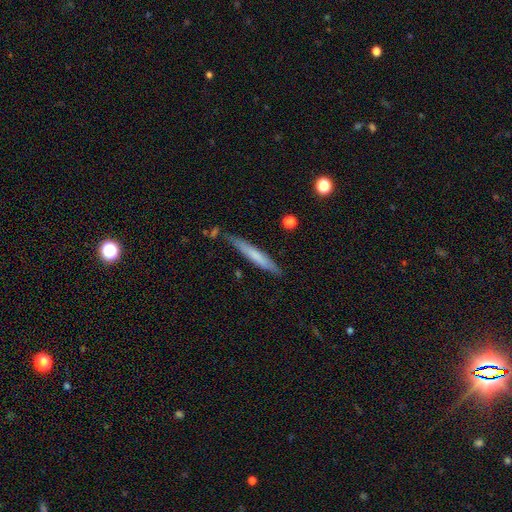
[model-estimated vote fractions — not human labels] This appears to be a smooth galaxy with no disk features (63%) that is cigar-shaped (95%). Merging: none (80%).